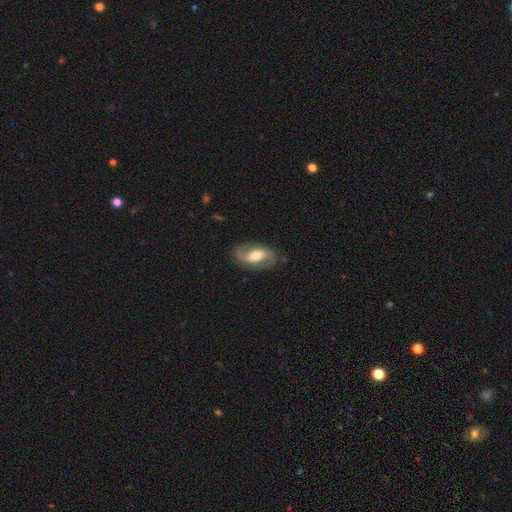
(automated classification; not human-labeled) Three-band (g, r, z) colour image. It shows a featured or disk galaxy (76%) with a weak bar (42%), 2 (89%) loose (43%) spiral arms (90%) and a moderate central bulge (64%). Merging: none (80%).